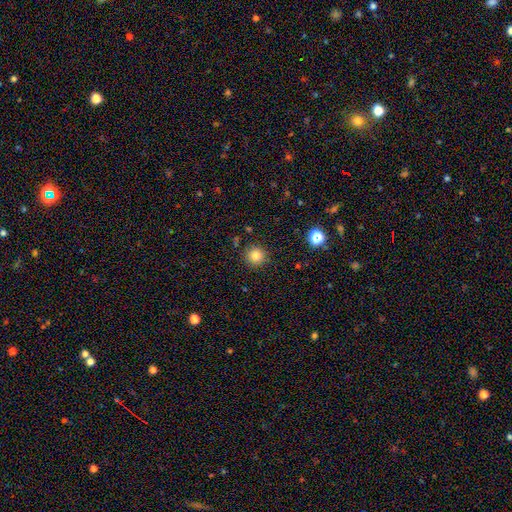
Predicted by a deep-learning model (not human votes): A smooth galaxy with no disk features (81%) that is round (95%). Merging: none (89%).